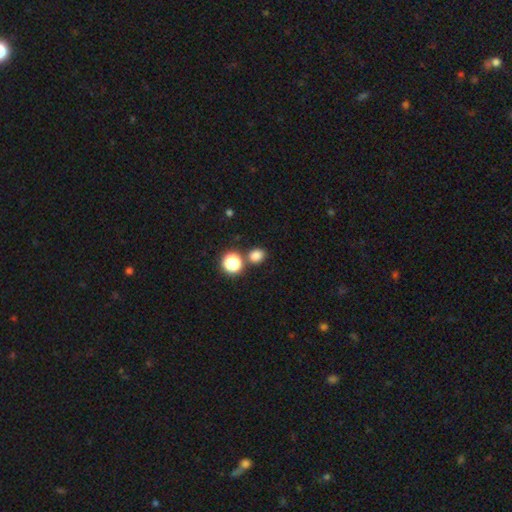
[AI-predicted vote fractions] smooth_or_featured: smooth (p=0.79) [alt: star or artifact p=0.17]
how_rounded: round (p=0.64) [alt: in between p=0.35]
merging: none (p=0.76) [alt: merger p=0.12]